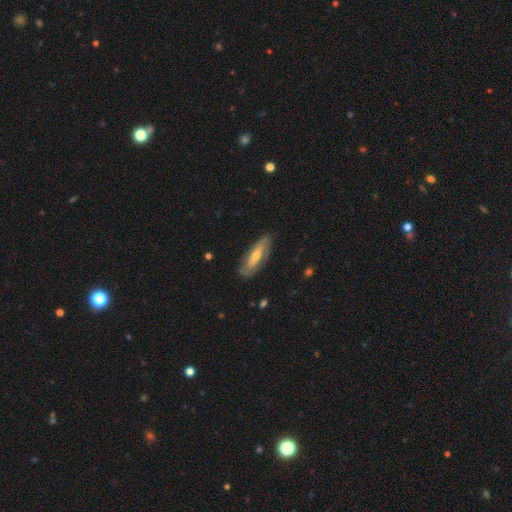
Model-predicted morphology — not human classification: type=featured or disk (58%); edge-on=no (69%); merging=none (79%).